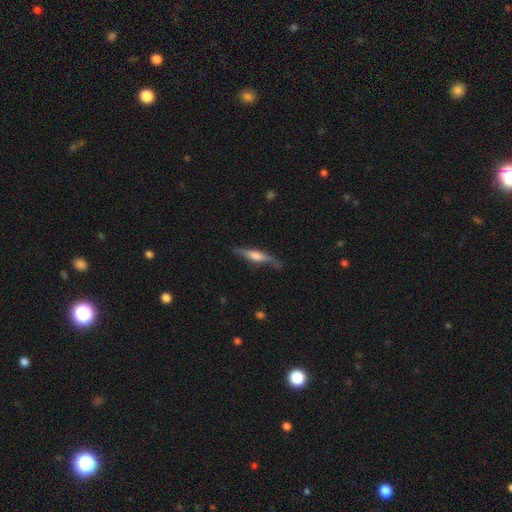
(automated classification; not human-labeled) The model was most divided on "smooth or featured": featured or disk: 57%, smooth: 37%, star or artifact: 6%. More confident: edge-on disk — yes (91%); merging — none (71%); edge-on bulge — rounded (70%).